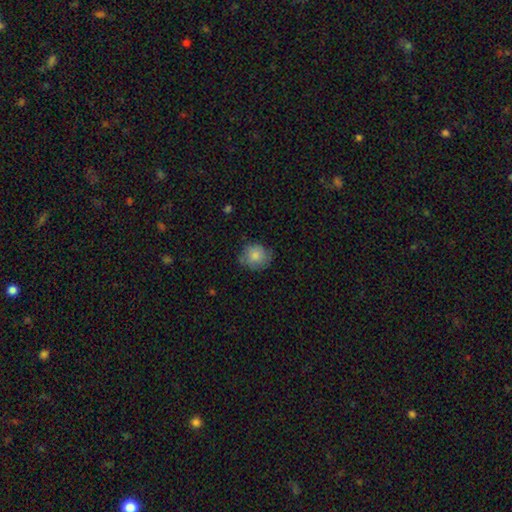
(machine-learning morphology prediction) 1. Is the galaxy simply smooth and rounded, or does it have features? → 79% smooth, 14% featured or disk, 7% star or artifact.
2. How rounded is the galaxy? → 85% round, 14% in between, 1% cigar-shaped.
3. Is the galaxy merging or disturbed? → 71% none, 23% minor disturbance, 5% major disturbance, 1% merger.